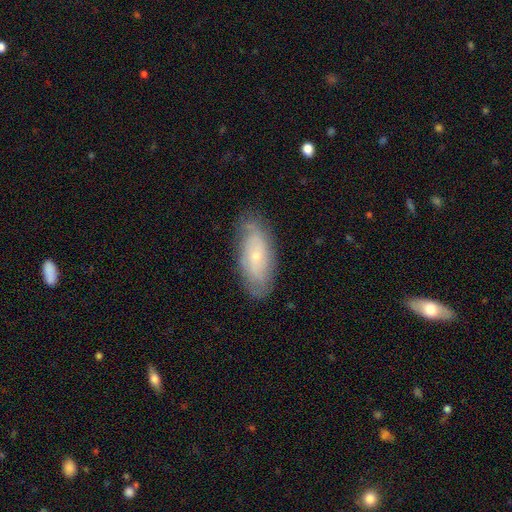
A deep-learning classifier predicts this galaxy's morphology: A featured or disk galaxy (54%).

Vote fractions:
- Smooth or featured? featured or disk: 54% / smooth: 39% / star or artifact: 7%
- Edge-on disk? no: 87% / yes: 13%
- Merging? none: 77% / minor disturbance: 17% / major disturbance: 4% / merger: 1%